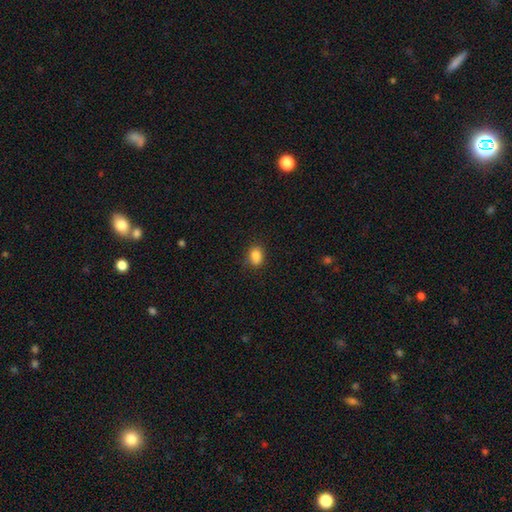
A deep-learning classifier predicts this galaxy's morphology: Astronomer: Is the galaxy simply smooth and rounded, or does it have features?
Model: smooth — 85%.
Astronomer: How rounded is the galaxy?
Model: in between — 70%.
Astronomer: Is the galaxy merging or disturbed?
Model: none — 77%.